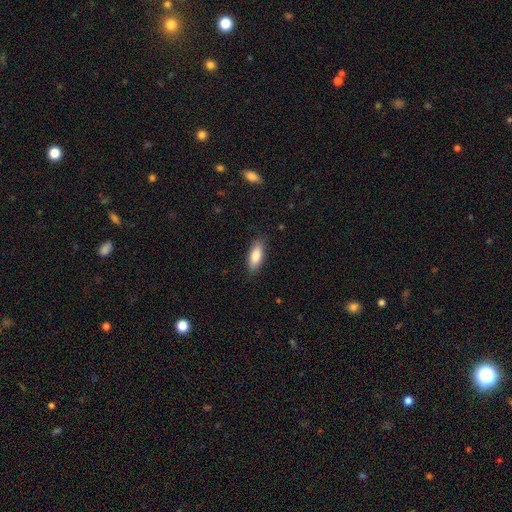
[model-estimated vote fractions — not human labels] This is clearly a smooth galaxy (83%). How rounded: likely in between (76%). Merging: clearly none (86%).